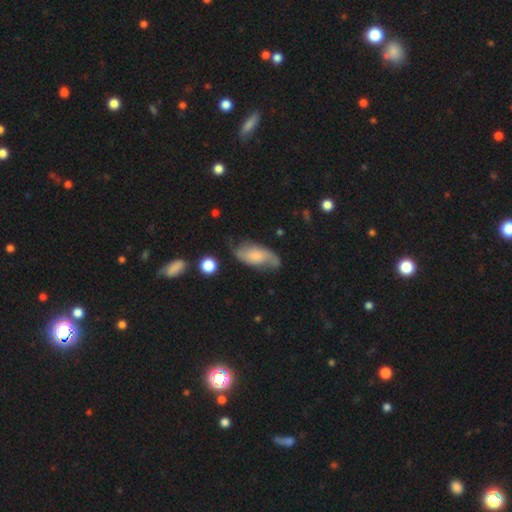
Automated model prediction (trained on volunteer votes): This appears to be a featured or disk galaxy (52%). Merging: none (61%).